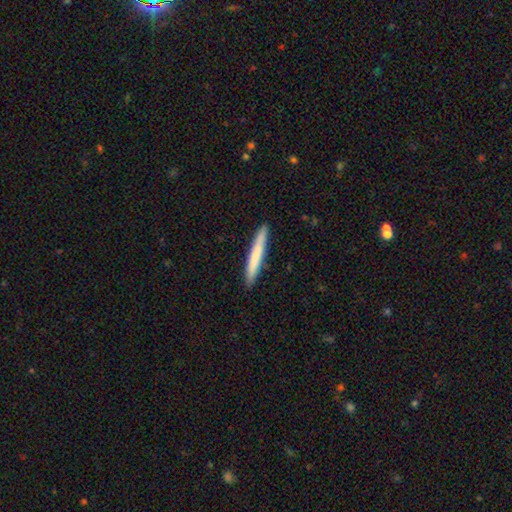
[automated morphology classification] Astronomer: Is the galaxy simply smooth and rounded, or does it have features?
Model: smooth — 74%.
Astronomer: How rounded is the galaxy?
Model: cigar-shaped — 96%.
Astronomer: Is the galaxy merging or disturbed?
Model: none — 91%.